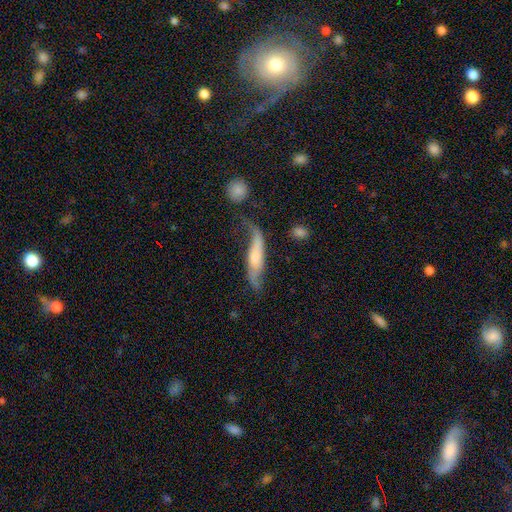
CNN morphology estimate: Q: Smooth or featured?
A: featured or disk (64%); runner-up: smooth (30%)
Q: Edge-on disk?
A: no (64%); runner-up: yes (36%)
Q: Merging?
A: none (43%); runner-up: minor disturbance (26%)